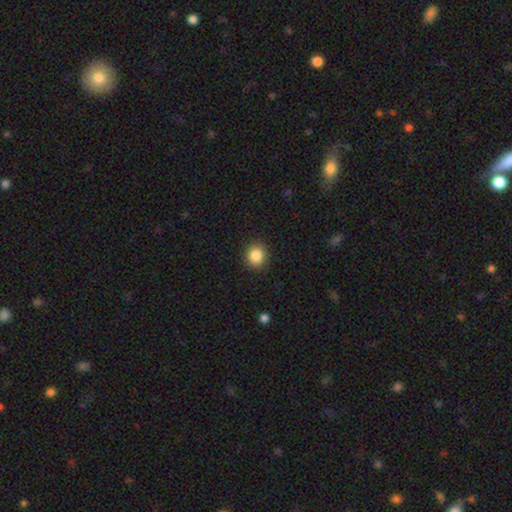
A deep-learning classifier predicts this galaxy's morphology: smooth_or_featured: smooth (p=0.86) [alt: star or artifact p=0.10]
how_rounded: round (p=0.84) [alt: in between p=0.15]
merging: none (p=0.91) [alt: minor disturbance p=0.06]